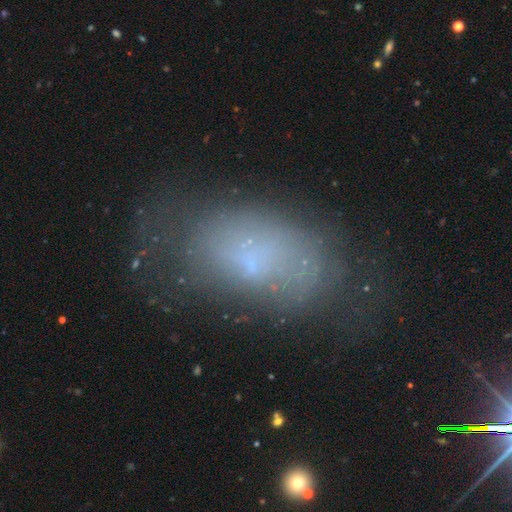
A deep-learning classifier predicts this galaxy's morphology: Smooth or featured?
  - smooth: 53% *
  - featured or disk: 31%
  - star or artifact: 16%
How rounded?
  - in between: 90% *
  - round: 7%
  - cigar-shaped: 3%
Merging?
  - none: 52% *
  - minor disturbance: 25%
  - major disturbance: 18%
  - merger: 5%